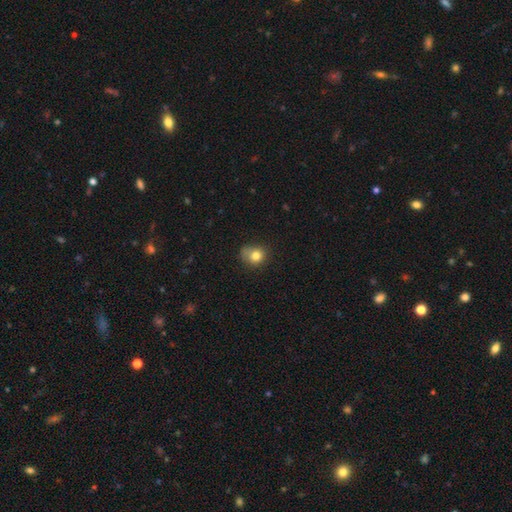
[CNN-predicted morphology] smooth 79%, star or artifact 11%, featured or disk 9%. Down the decision tree: how rounded — round (68%); merging — none (51%).